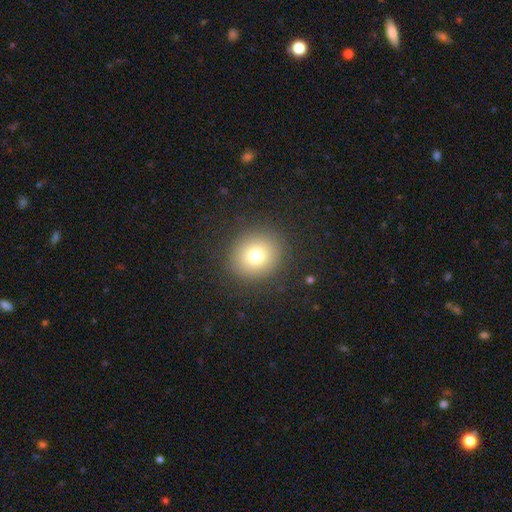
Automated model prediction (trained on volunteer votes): Smooth or featured? smooth (76%)
How rounded? round (87%)
Merging? none (89%)